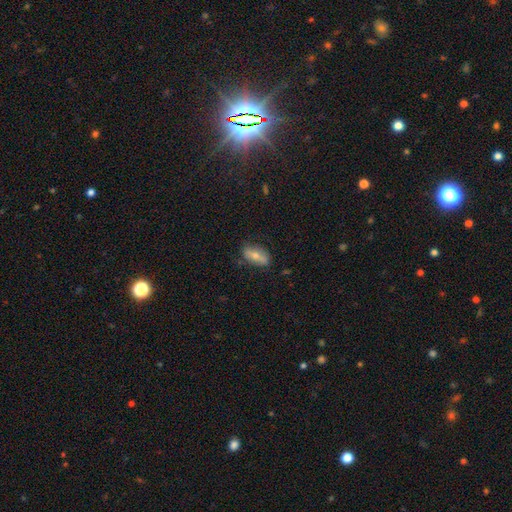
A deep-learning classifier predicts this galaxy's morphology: Smooth or featured? smooth (61%)
How rounded? in between (82%)
Merging? none (77%)